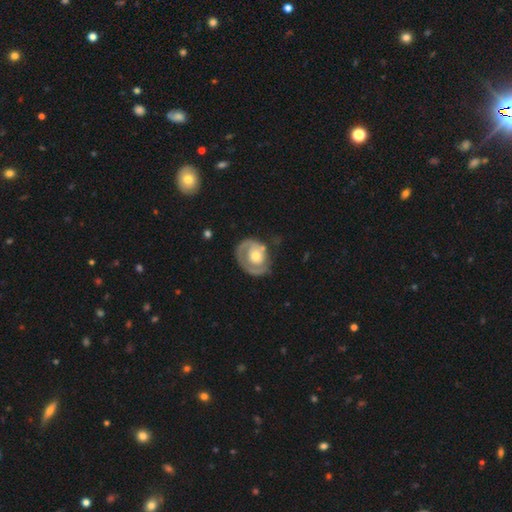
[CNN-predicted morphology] A featured or disk galaxy (70%) with no bar (81%), spiral arms (67%) and a moderate central bulge (63%).

Vote fractions:
- Smooth or featured? featured or disk: 70% / smooth: 26% / star or artifact: 5%
- Edge-on disk? no: 97% / yes: 3%
- Bar? no: 81% / weak: 16% / strong: 3%
- Spiral arms? yes: 67% / no: 33%
- Bulge size? moderate: 63% / small: 20% / large: 14% / none: 2% / dominant: 1%
- Merging? none: 57% / minor disturbance: 23% / major disturbance: 16% / merger: 4%